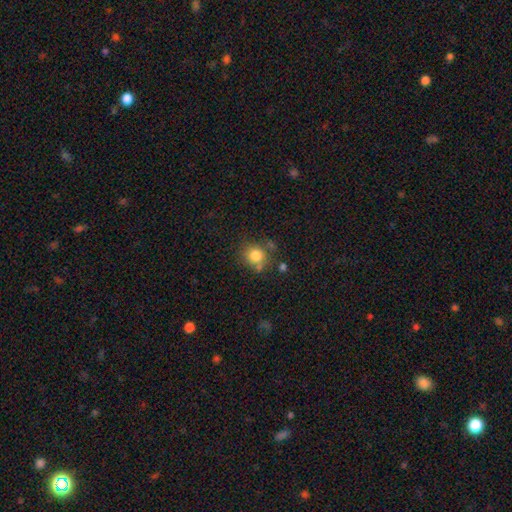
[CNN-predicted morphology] A smooth galaxy with no disk features (81%) that is round (83%).

Vote fractions:
- Smooth or featured? smooth: 81% / star or artifact: 11% / featured or disk: 8%
- How rounded? round: 83% / in between: 16% / cigar-shaped: 1%
- Merging? none: 66% / minor disturbance: 17% / merger: 12% / major disturbance: 6%